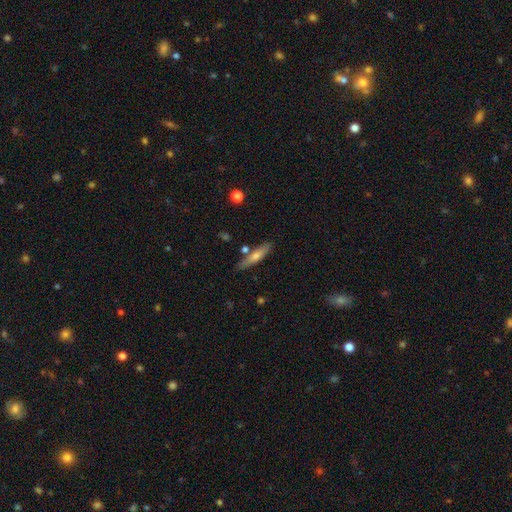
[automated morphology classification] The model was most divided on "smooth or featured": smooth: 58%, featured or disk: 36%, star or artifact: 7%. More confident: how rounded — cigar-shaped (83%); merging — none (80%).